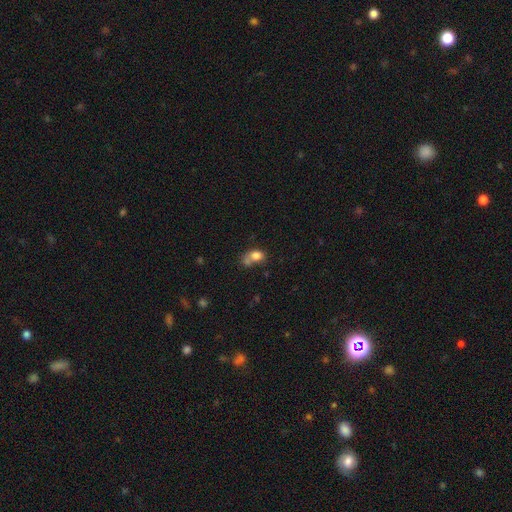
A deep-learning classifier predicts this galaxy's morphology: A smooth galaxy with no disk features (78%) that is in between round and cigar-shaped (61%). Merging: merger (42%).